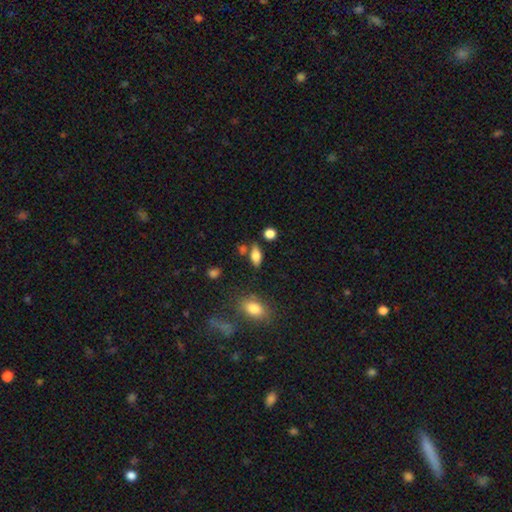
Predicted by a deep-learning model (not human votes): Q: Smooth or featured?
A: smooth (75%); runner-up: featured or disk (16%)
Q: How rounded?
A: in between (79%); runner-up: cigar-shaped (15%)
Q: Merging?
A: none (70%); runner-up: minor disturbance (15%)